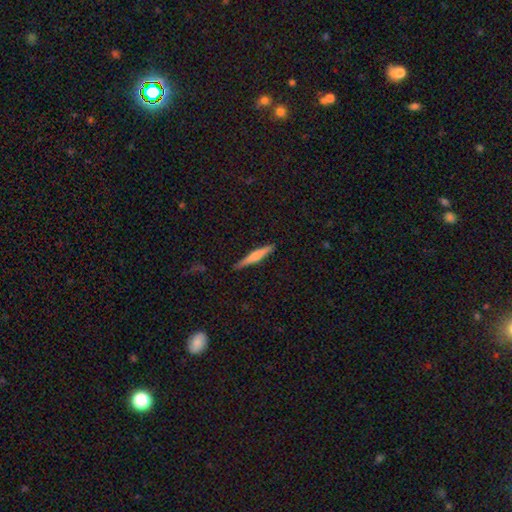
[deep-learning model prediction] Smooth or featured?
  - smooth: 49% *
  - featured or disk: 45%
  - star or artifact: 6%
Merging?
  - none: 88% *
  - minor disturbance: 9%
  - major disturbance: 2%
  - merger: 1%